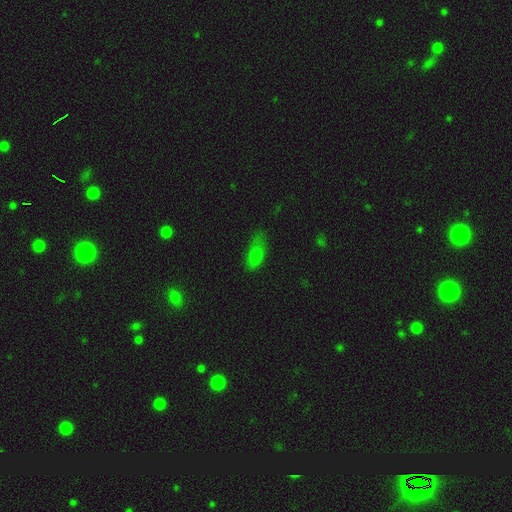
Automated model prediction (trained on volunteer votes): Smooth or featured: smooth — 75% (star or artifact — 14%)
How rounded: in between — 78% (cigar-shaped — 18%)
Merging: none — 56% (minor disturbance — 30%)